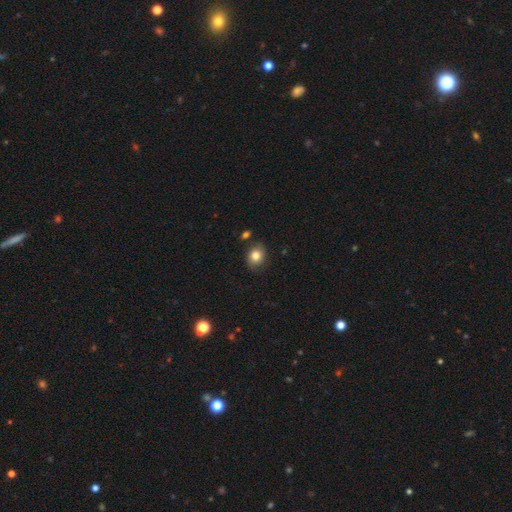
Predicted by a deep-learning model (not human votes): smooth 81%, featured or disk 9%, star or artifact 9%. Down the decision tree: how rounded — in between (51%); merging — none (82%).